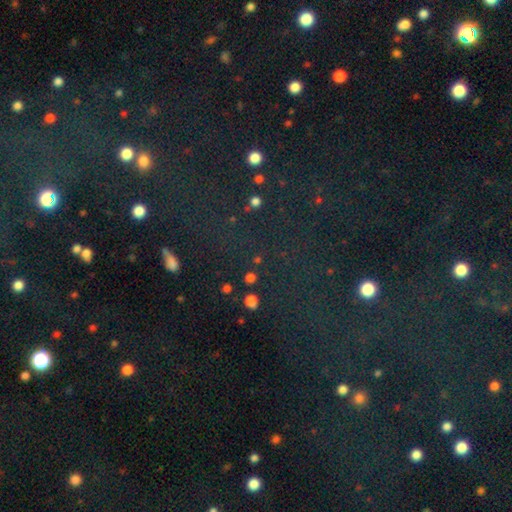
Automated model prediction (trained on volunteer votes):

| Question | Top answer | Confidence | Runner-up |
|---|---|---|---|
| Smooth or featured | star or artifact | 75% | smooth (16%) |